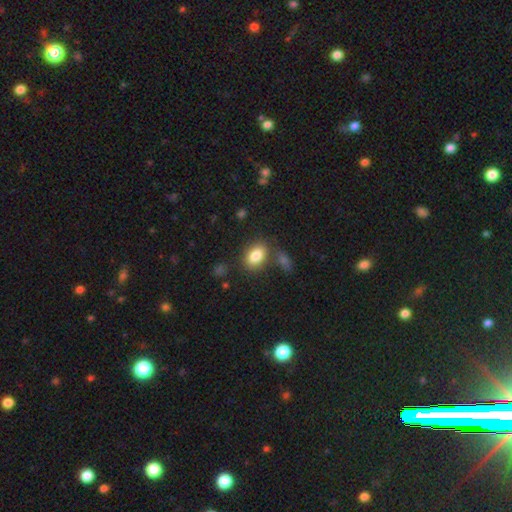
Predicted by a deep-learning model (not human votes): A smooth galaxy with no disk features (84%) that is in between round and cigar-shaped (86%). Merging: none (73%).